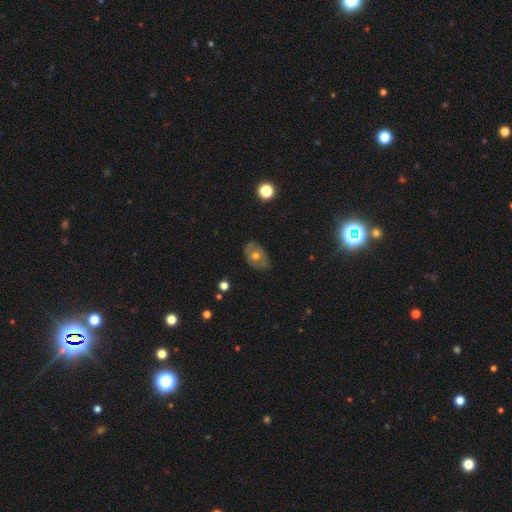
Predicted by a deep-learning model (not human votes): Q: Smooth or featured?
A: featured or disk (48%); runner-up: smooth (44%)
Q: Merging?
A: none (72%); runner-up: minor disturbance (21%)